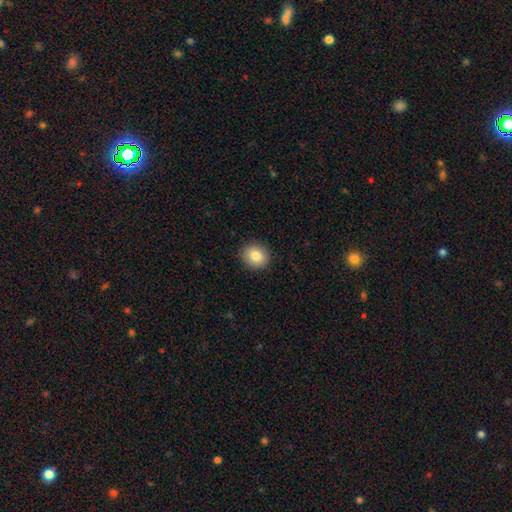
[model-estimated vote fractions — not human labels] Overall: smooth (84%). How rounded: round (81%). Merging: none (91%).